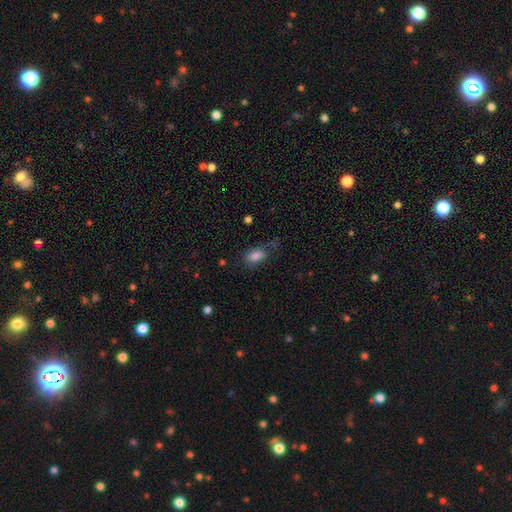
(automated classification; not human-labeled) A smooth galaxy with no disk features (77%) that is in between round and cigar-shaped (88%).

Vote fractions:
- Smooth or featured? smooth: 77% / featured or disk: 12% / star or artifact: 11%
- How rounded? in between: 88% / round: 8% / cigar-shaped: 4%
- Merging? none: 56% / minor disturbance: 24% / major disturbance: 18% / merger: 3%